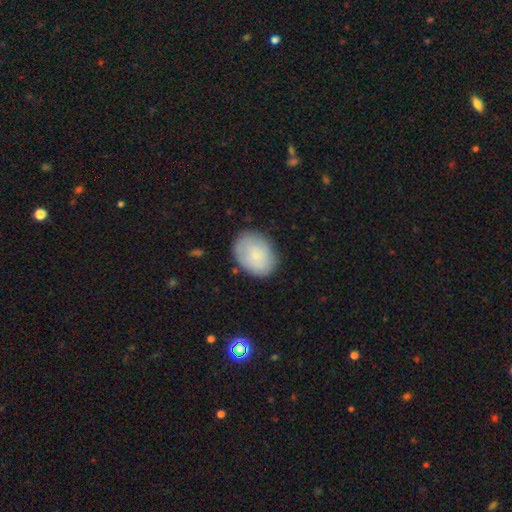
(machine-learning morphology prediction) smooth-or-featured: smooth: 69% | featured or disk: 23% | star or artifact: 7%
  how-rounded: in between: 65% | round: 34% | cigar-shaped: 1%
  merging: none: 79% | minor disturbance: 16% | major disturbance: 4% | merger: 2%